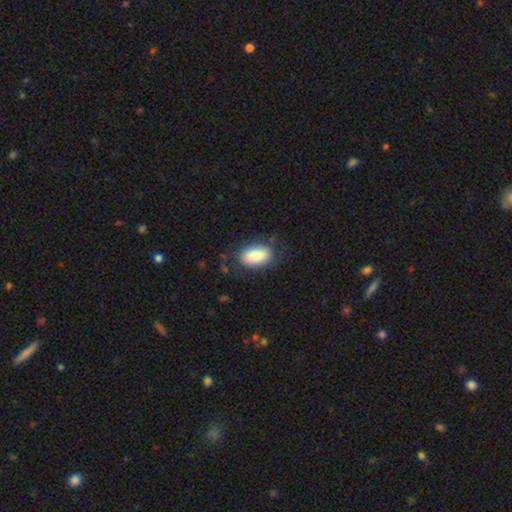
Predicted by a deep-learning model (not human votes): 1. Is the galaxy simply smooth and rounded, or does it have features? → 82% smooth, 11% featured or disk, 7% star or artifact.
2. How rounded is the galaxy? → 91% in between, 7% round, 2% cigar-shaped.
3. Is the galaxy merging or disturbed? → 77% none, 16% minor disturbance, 6% major disturbance, 1% merger.